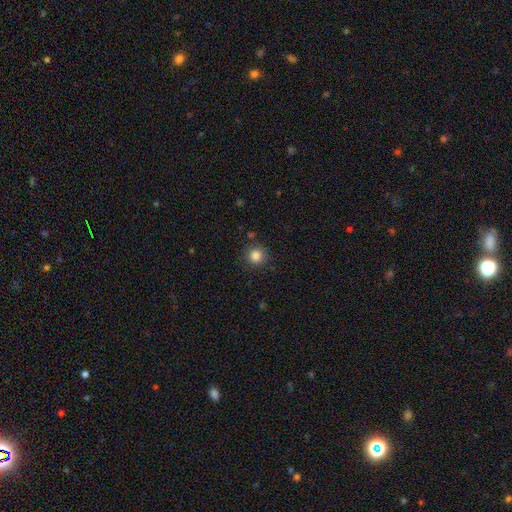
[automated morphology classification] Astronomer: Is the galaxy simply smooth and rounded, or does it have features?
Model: smooth — 85%.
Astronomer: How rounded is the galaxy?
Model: round — 93%.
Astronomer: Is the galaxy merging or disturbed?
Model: none — 86%.